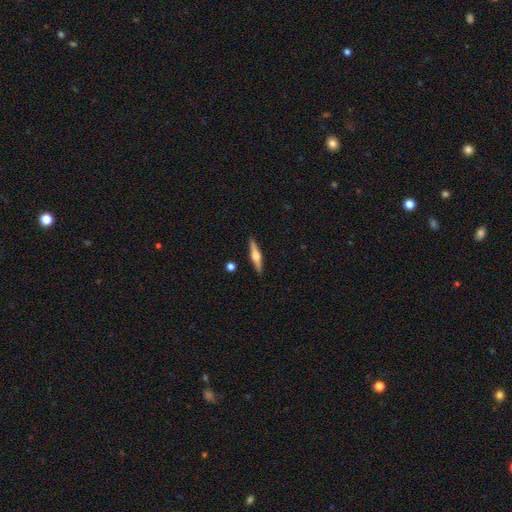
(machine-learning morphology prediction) This is likely a featured or disk galaxy (69%). It is clearly viewed edge-on (98%). Edge-on bulge: clearly rounded (92%). Merging: clearly none (90%).